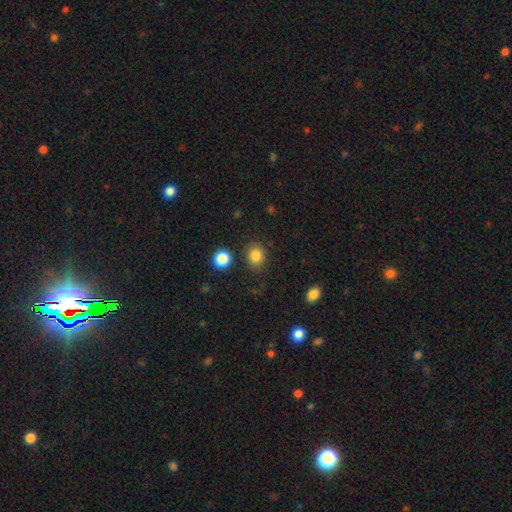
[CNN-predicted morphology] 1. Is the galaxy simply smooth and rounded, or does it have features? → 84% smooth, 11% star or artifact, 5% featured or disk.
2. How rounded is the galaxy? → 70% round, 29% in between, 1% cigar-shaped.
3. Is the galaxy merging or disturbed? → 84% none, 10% minor disturbance, 3% merger, 3% major disturbance.